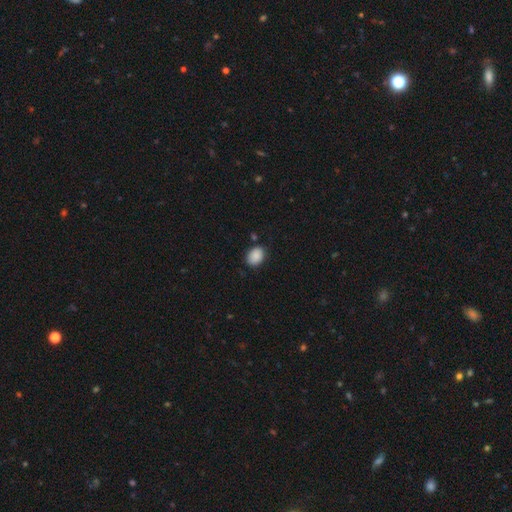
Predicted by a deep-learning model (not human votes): Smooth or featured? Predicted: smooth (p=0.88). How rounded? Predicted: in between (p=0.67). Merging? Predicted: none (p=0.82).